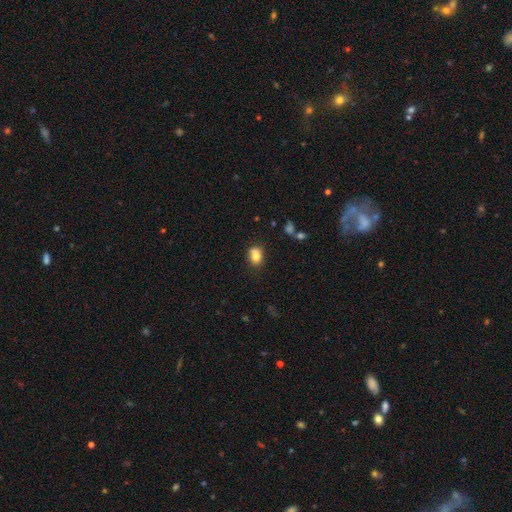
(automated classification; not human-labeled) Smooth or featured?
  - smooth: 79% *
  - featured or disk: 11%
  - star or artifact: 10%
How rounded?
  - in between: 54% *
  - round: 45%
  - cigar-shaped: 1%
Merging?
  - none: 64% *
  - minor disturbance: 20%
  - merger: 11%
  - major disturbance: 5%